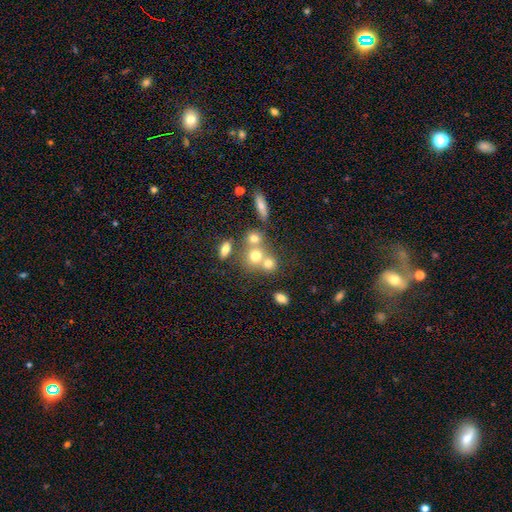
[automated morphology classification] Overall: smooth (67%). How rounded: round (75%). Merging: merger (47%; none 40%).